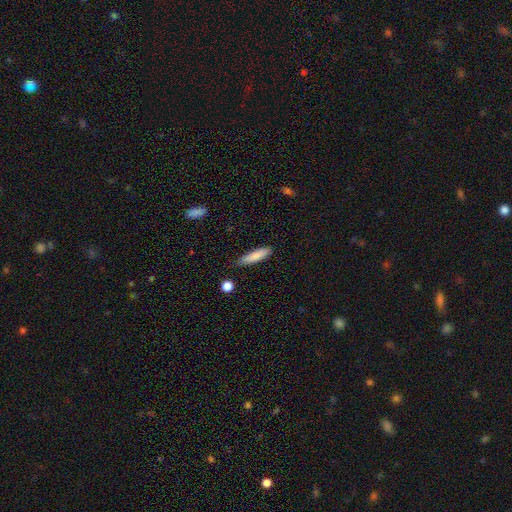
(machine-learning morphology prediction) smooth_or_featured: smooth (p=0.83) [alt: featured or disk p=0.11]
how_rounded: cigar-shaped (p=0.75) [alt: in between p=0.23]
merging: none (p=0.79) [alt: minor disturbance p=0.17]